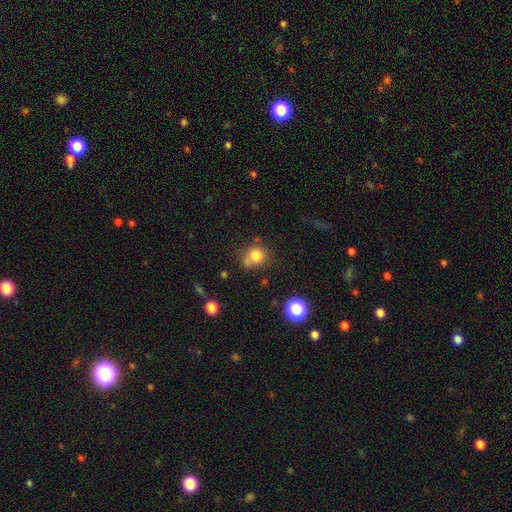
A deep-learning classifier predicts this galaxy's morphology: Smooth or featured? smooth (79%)
How rounded? round (76%)
Merging? none (54%)